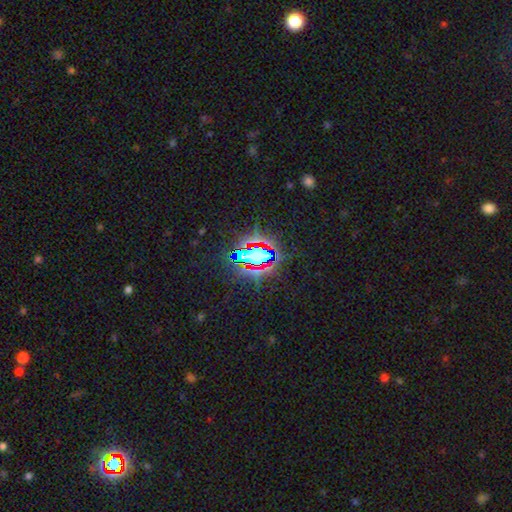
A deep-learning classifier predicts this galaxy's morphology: Smooth or featured: star or artifact — 74% (smooth — 16%)